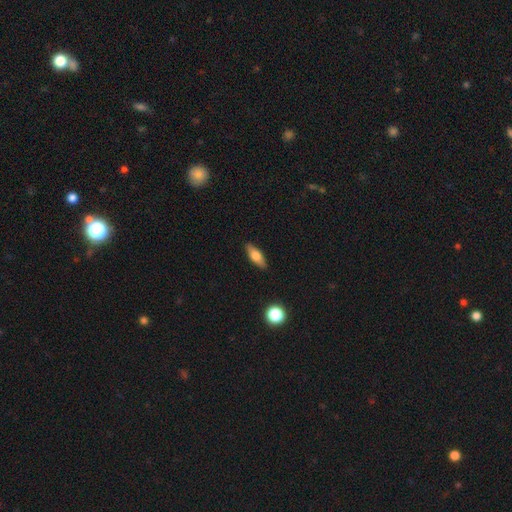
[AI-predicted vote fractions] This appears to be a smooth galaxy with no disk features (66%) that is in between round and cigar-shaped (66%). Merging: none (87%).